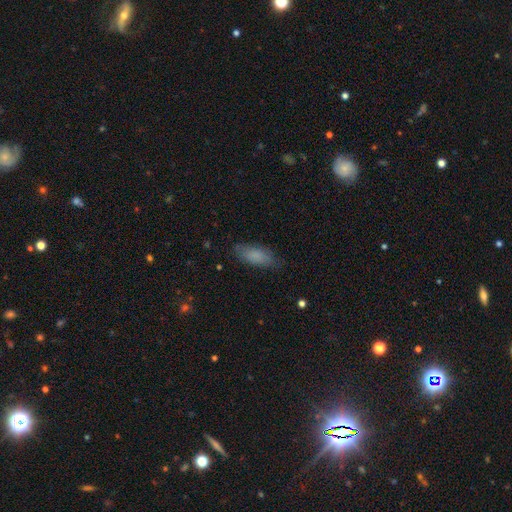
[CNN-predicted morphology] smooth-or-featured: smooth: 83% | featured or disk: 10% | star or artifact: 7%
  how-rounded: in between: 75% | cigar-shaped: 23% | round: 2%
  merging: none: 79% | minor disturbance: 16% | major disturbance: 4% | merger: 1%